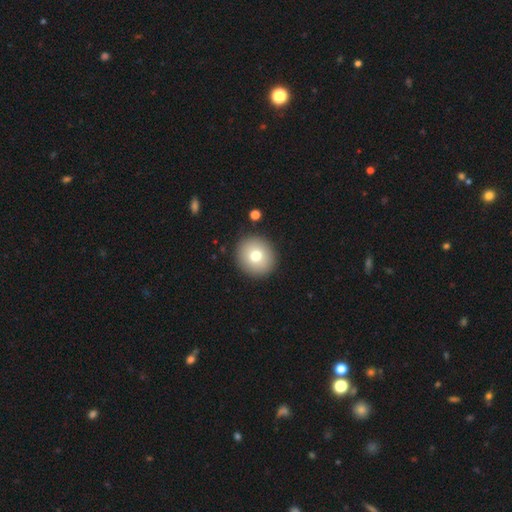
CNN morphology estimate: smooth_or_featured: smooth (p=0.75) [alt: featured or disk p=0.15]
how_rounded: round (p=0.88) [alt: in between p=0.11]
merging: none (p=0.91) [alt: minor disturbance p=0.06]